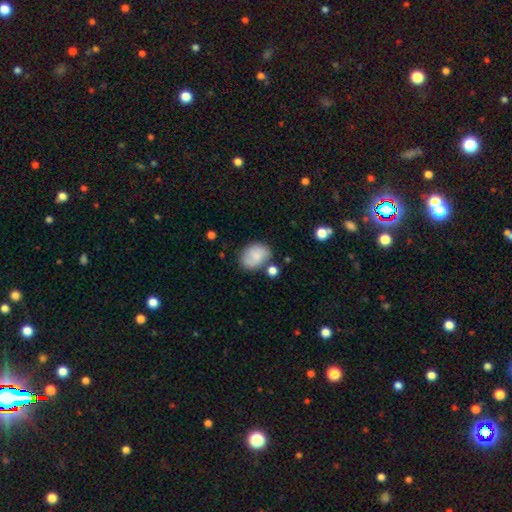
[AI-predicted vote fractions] The model was most divided on "how rounded": in between: 68%, round: 30%, cigar-shaped: 1%. More confident: smooth or featured — smooth (69%); merging — none (64%).